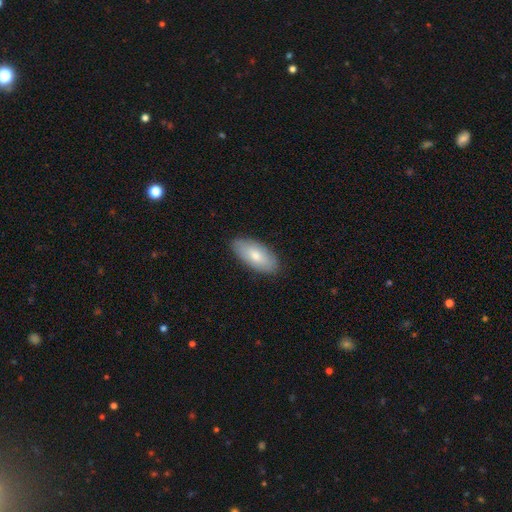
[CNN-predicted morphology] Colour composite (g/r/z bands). It shows a smooth galaxy with no disk features (76%) that is in between round and cigar-shaped (89%). Merging: none (86%).